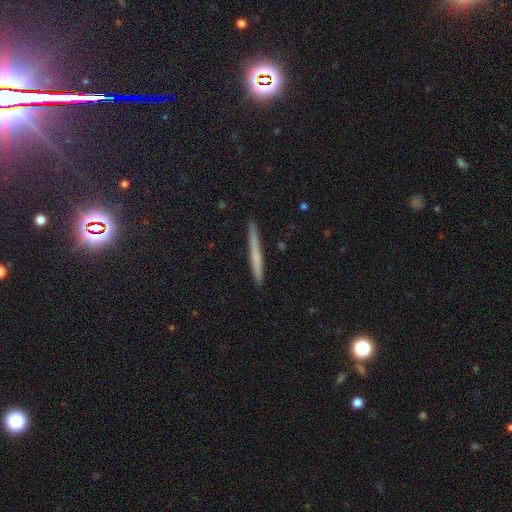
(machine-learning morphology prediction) Q: Smooth or featured?
A: smooth (60%); runner-up: featured or disk (32%)
Q: How rounded?
A: cigar-shaped (97%); runner-up: in between (2%)
Q: Merging?
A: none (91%); runner-up: minor disturbance (6%)